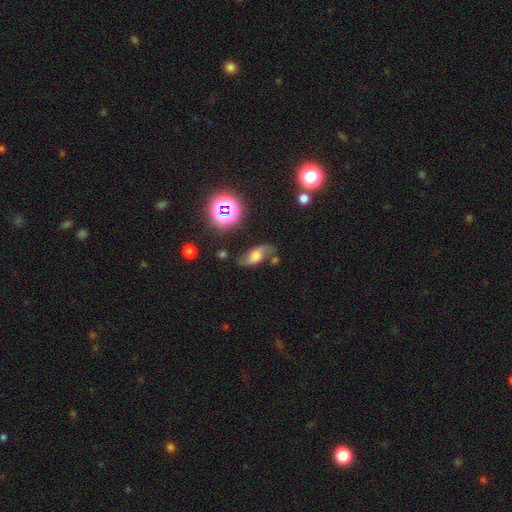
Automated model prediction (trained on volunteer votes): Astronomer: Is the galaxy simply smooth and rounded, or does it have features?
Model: featured or disk — 56%.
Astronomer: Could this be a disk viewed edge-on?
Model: no — 89%.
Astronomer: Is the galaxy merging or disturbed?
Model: none — 60%.